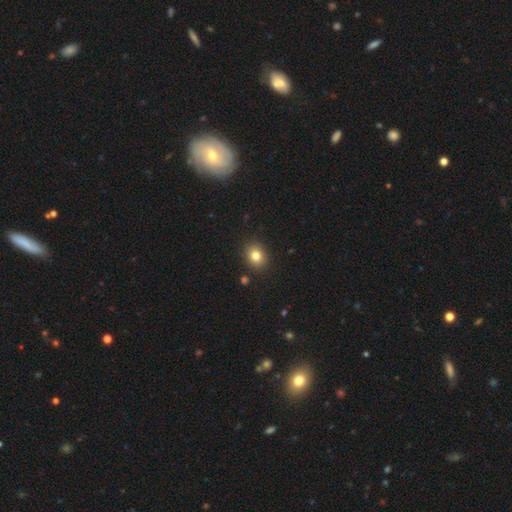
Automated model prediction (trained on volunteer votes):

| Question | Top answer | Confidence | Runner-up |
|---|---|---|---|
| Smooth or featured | smooth | 81% | star or artifact (11%) |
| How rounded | round | 61% | in between (38%) |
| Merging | none | 89% | minor disturbance (7%) |